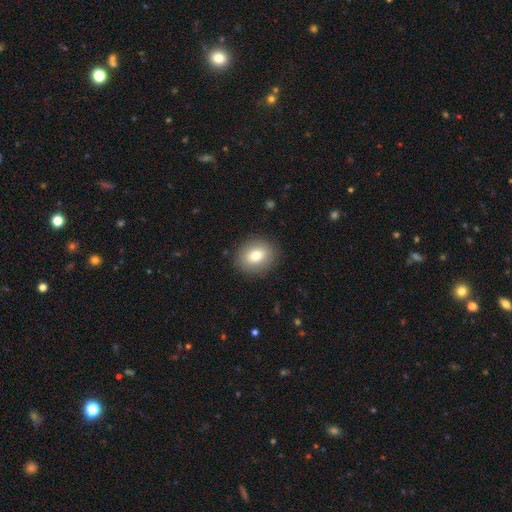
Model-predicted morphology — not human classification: Overall: smooth (77%). How rounded: round (60%; in between 39%). Merging: none (88%).